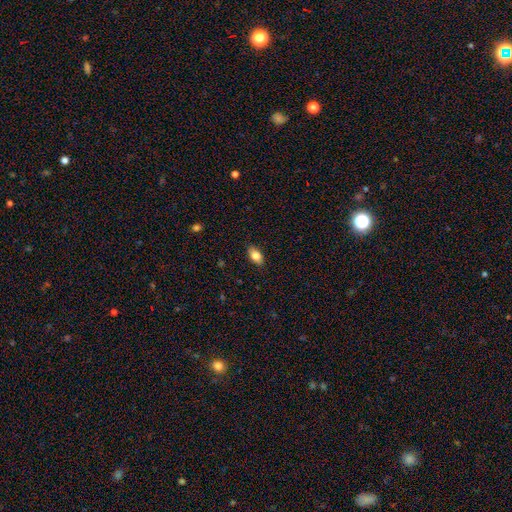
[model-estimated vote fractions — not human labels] Smooth or featured? Predicted: smooth (p=0.83). How rounded? Predicted: in between (p=0.89). Merging? Predicted: none (p=0.86).